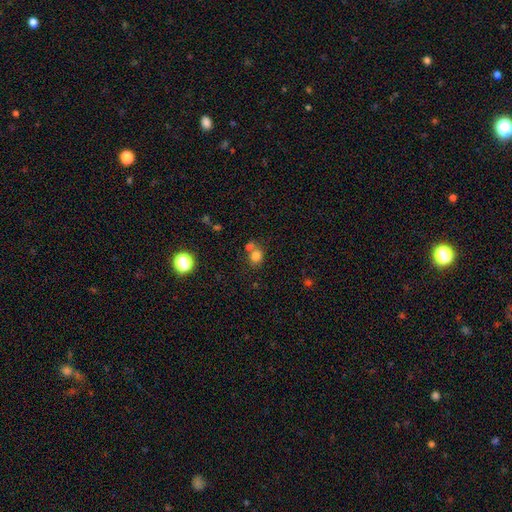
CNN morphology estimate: Smooth or featured? smooth (77%)
How rounded? round (68%)
Merging? none (52%)